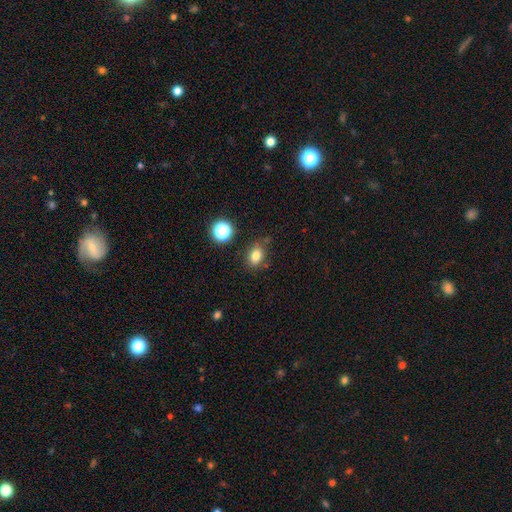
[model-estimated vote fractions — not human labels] Smooth or featured: smooth — 79% (star or artifact — 13%)
How rounded: in between — 70% (round — 29%)
Merging: none — 74% (minor disturbance — 17%)